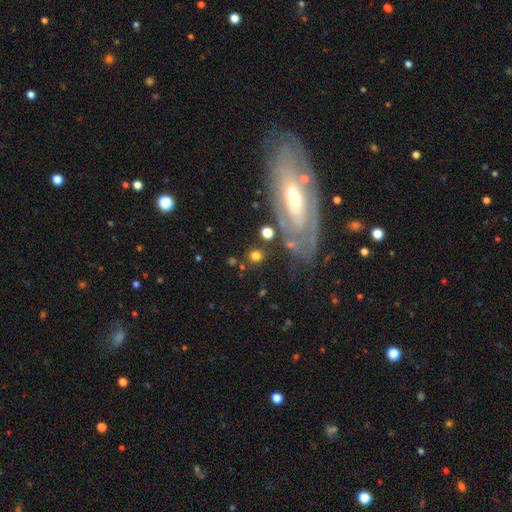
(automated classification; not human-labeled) smooth 71%, featured or disk 18%, star or artifact 11%. Down the decision tree: how rounded — round (84%); merging — none (78%).